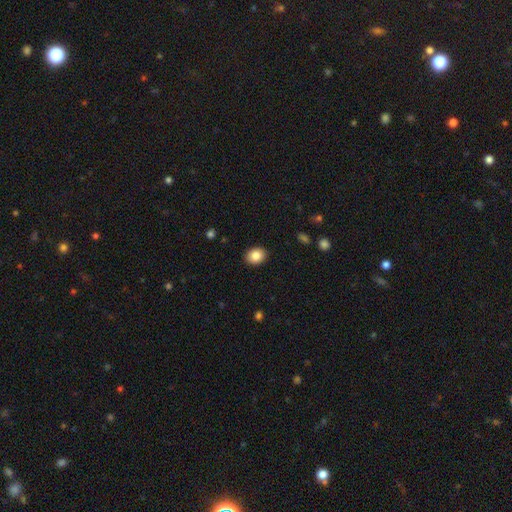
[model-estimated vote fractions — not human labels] This appears to be a smooth galaxy with no disk features (86%) that is in between round and cigar-shaped (53%). Merging: none (90%).